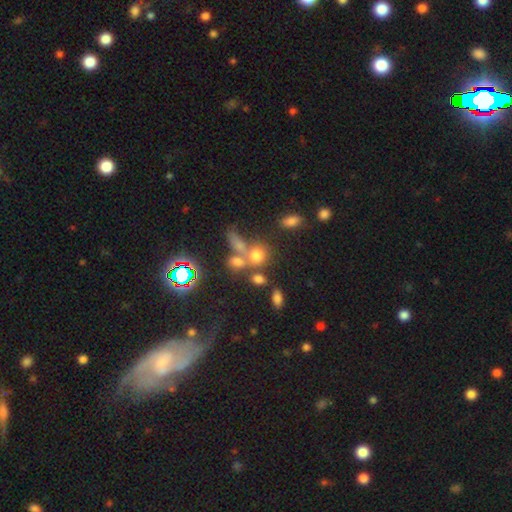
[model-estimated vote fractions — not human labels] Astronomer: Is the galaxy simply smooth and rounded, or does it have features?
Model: smooth — 65%.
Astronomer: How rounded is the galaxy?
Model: round — 59% (runner-up: in between, 38%).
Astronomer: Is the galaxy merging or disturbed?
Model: merger — 43% (runner-up: none, 39%).